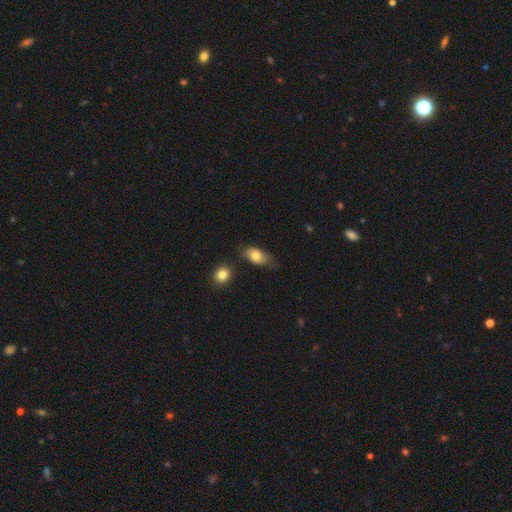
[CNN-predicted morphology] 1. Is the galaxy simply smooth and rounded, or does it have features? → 76% smooth, 16% featured or disk, 8% star or artifact.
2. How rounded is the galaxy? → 88% in between, 9% round, 3% cigar-shaped.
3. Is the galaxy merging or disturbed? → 64% none, 25% minor disturbance, 6% major disturbance, 5% merger.